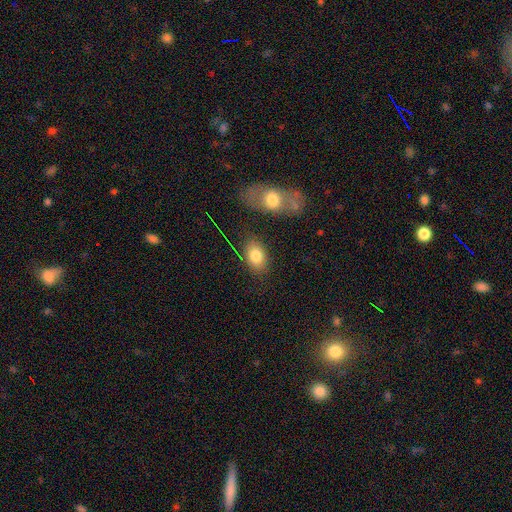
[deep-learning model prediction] smooth 80%, featured or disk 11%, star or artifact 9%. Down the decision tree: how rounded — in between (80%); merging — none (77%).